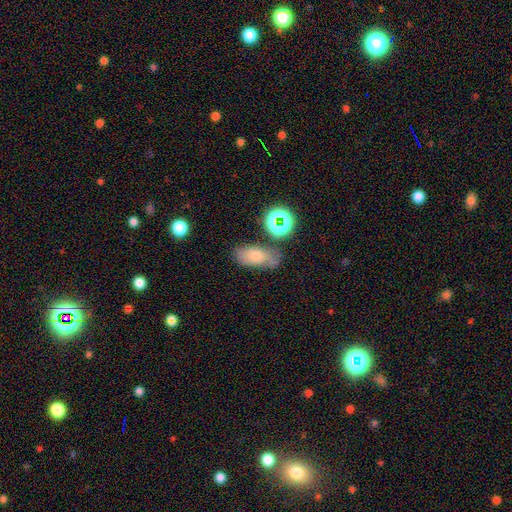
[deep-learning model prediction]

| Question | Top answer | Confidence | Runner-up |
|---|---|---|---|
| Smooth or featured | smooth | 50% | featured or disk (27%) |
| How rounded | in between | 80% | cigar-shaped (10%) |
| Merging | none | 64% | minor disturbance (22%) |